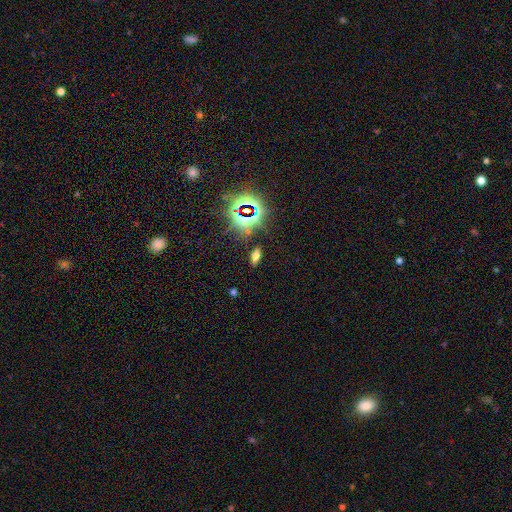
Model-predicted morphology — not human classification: Smooth or featured?
  - smooth: 55% *
  - star or artifact: 34%
  - featured or disk: 11%
How rounded?
  - in between: 74% *
  - cigar-shaped: 20%
  - round: 6%
Merging?
  - none: 85% *
  - minor disturbance: 9%
  - major disturbance: 3%
  - merger: 3%